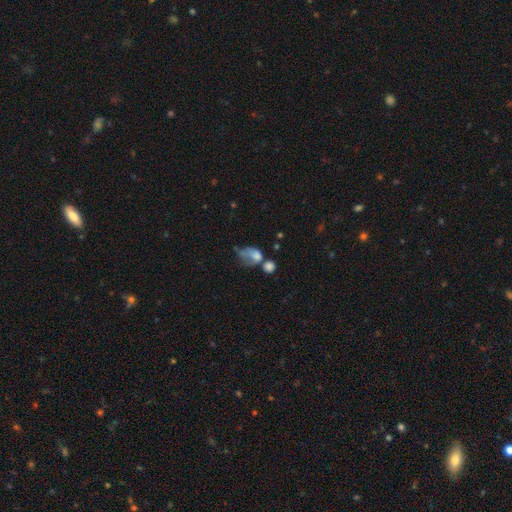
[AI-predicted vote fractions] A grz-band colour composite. It shows a smooth galaxy with no disk features (63%) that is in between round and cigar-shaped (69%). Merging: merger (36%).